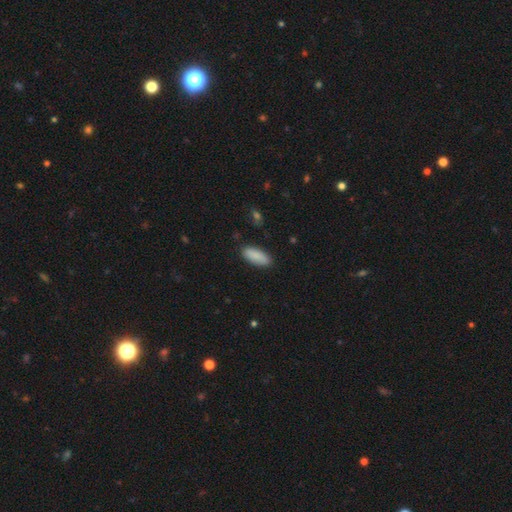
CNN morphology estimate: smooth 89%, star or artifact 6%, featured or disk 5%. Down the decision tree: how rounded — in between (76%); merging — none (88%).